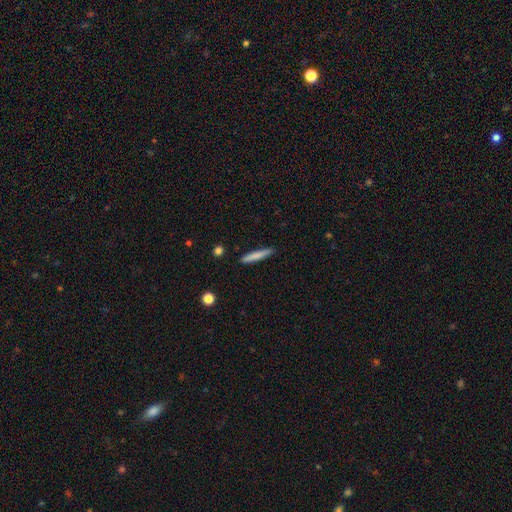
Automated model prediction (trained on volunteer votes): smooth_or_featured: smooth (p=0.78) [alt: featured or disk p=0.16]
how_rounded: cigar-shaped (p=0.94) [alt: in between p=0.04]
merging: none (p=0.89) [alt: minor disturbance p=0.08]